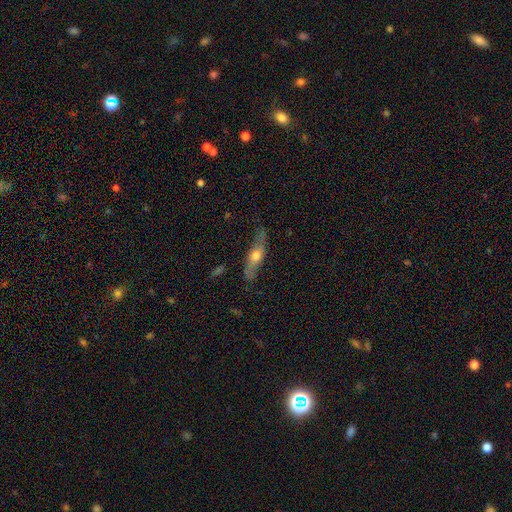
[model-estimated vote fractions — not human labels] smooth_or_featured: smooth (p=0.47) [alt: featured or disk p=0.46]
merging: none (p=0.73) [alt: minor disturbance p=0.20]